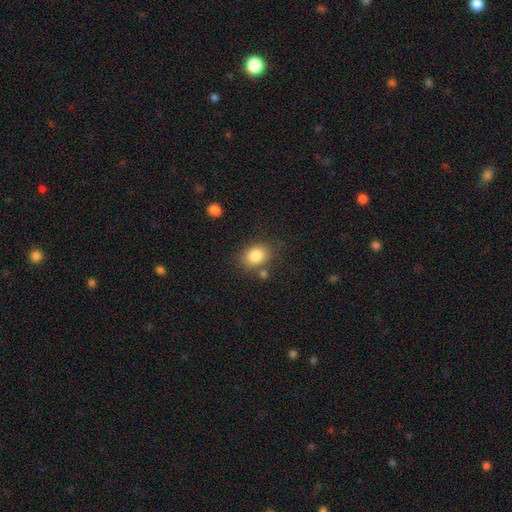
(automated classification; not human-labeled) A smooth galaxy with no disk features (83%) that is in between round and cigar-shaped (63%). Merging: none (75%).